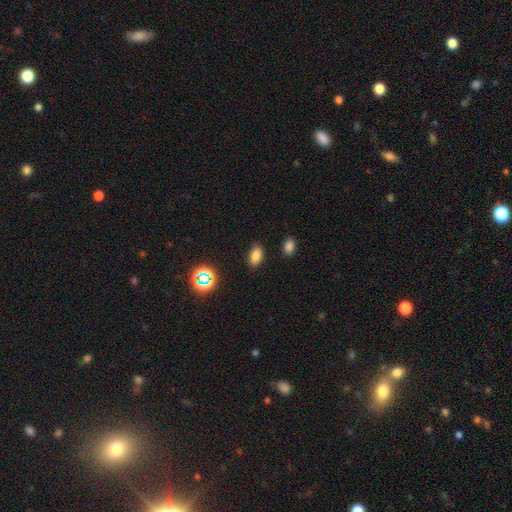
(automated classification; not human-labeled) smooth-or-featured: smooth: 79% | star or artifact: 15% | featured or disk: 6%
  how-rounded: in between: 89% | round: 7% | cigar-shaped: 4%
  merging: none: 86% | minor disturbance: 9% | major disturbance: 3% | merger: 2%